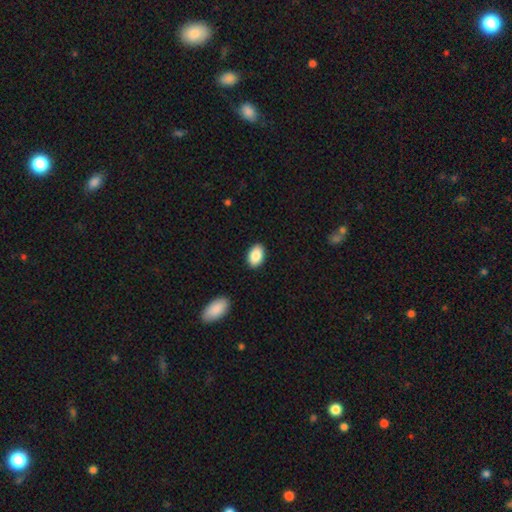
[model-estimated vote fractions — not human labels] This is clearly a smooth galaxy (87%). How rounded: clearly in between (91%). Merging: clearly none (89%).